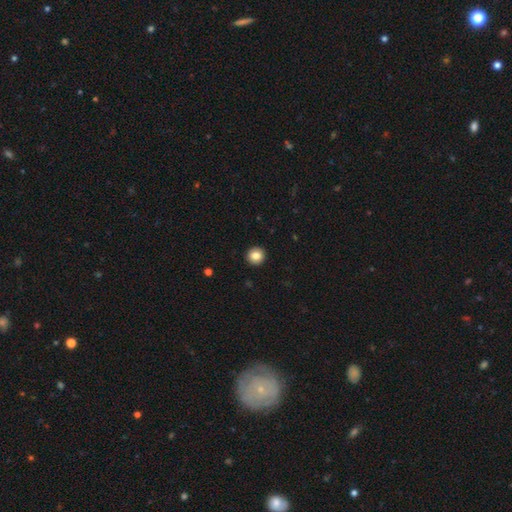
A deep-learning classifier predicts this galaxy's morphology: smooth 85%, star or artifact 9%, featured or disk 6%. Down the decision tree: how rounded — round (94%); merging — none (94%).